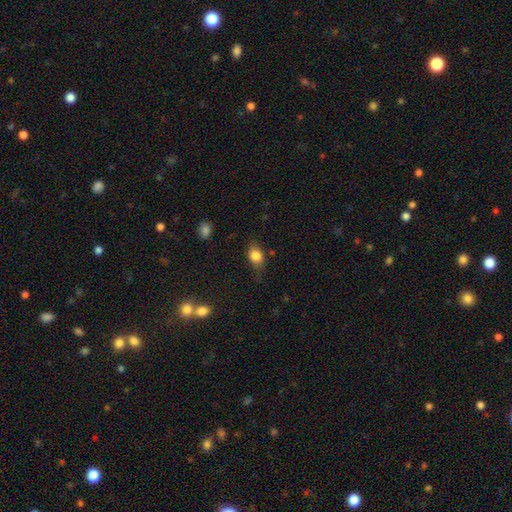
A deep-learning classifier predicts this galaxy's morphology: Smooth or featured? Predicted: smooth (p=0.83). How rounded? Predicted: in between (p=0.66). Merging? Predicted: none (p=0.67).